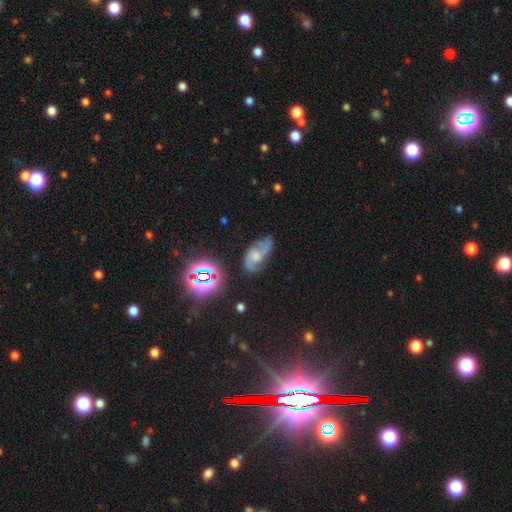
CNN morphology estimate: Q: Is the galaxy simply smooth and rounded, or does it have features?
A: featured or disk — 69%.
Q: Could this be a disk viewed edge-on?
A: no — 96%.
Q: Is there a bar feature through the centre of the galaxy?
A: no — 57%.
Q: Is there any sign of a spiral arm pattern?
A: yes — 91%.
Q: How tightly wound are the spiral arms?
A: medium — 48%.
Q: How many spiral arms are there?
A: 2 — 75%.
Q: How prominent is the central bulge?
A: moderate — 40%.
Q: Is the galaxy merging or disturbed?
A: none — 55%.